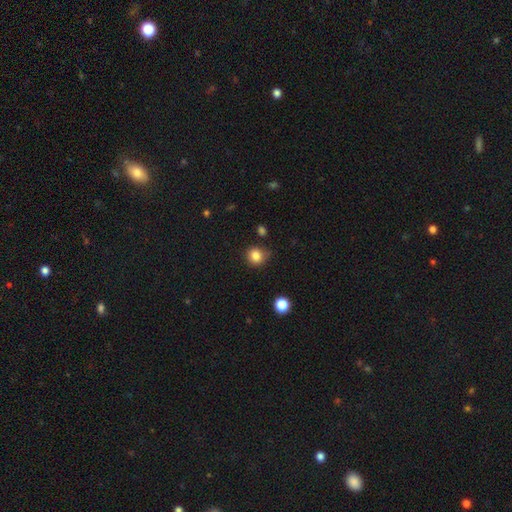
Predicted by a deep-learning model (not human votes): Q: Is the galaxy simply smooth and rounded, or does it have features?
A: smooth — 84%.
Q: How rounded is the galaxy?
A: round — 85%.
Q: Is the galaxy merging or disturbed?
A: none — 78%.